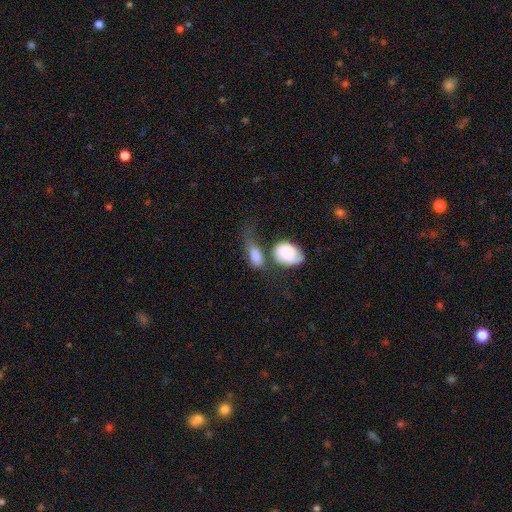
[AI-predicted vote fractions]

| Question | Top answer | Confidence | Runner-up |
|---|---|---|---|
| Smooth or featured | smooth | 76% | featured or disk (18%) |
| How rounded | in between | 82% | round (14%) |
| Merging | merger | 40% | none (23%) |